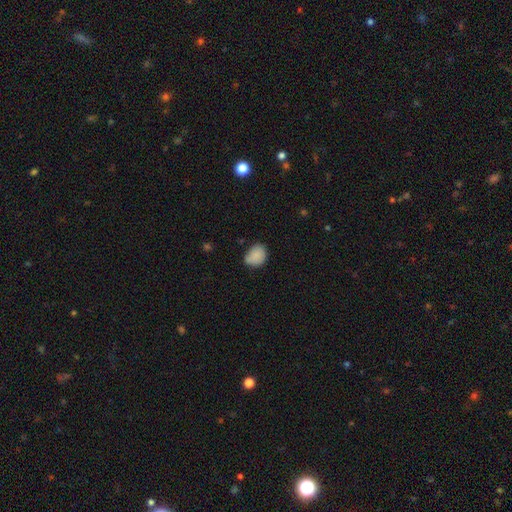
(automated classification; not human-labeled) Morphology: type=smooth (86%); roundness=in between (55%); merging=none (60%).